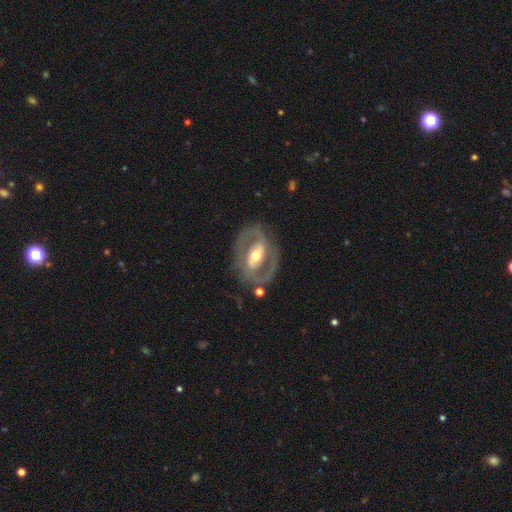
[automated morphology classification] This is clearly a featured or disk galaxy (83%). It is clearly not viewed edge-on (96%). Bar: marginally strong (42%). Spiral arm pattern: likely yes (78%). Spiral arm count: clearly 2 (84%). Spiral winding: possibly medium (48%). Central bulge: likely moderate (71%). Merging: likely none (73%).